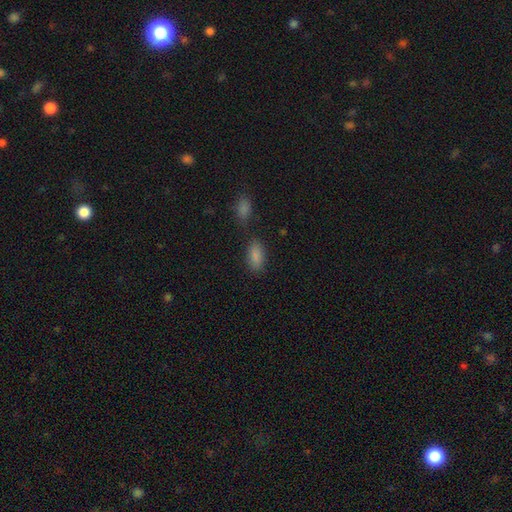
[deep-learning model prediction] A smooth galaxy with no disk features (85%) that is in between round and cigar-shaped (91%). Merging: none (71%).